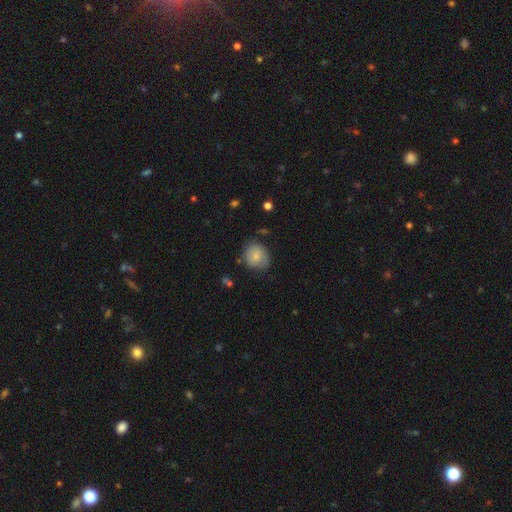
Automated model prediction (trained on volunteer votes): Q: Smooth or featured?
A: smooth (77%); runner-up: featured or disk (16%)
Q: How rounded?
A: round (75%); runner-up: in between (24%)
Q: Merging?
A: none (65%); runner-up: minor disturbance (26%)